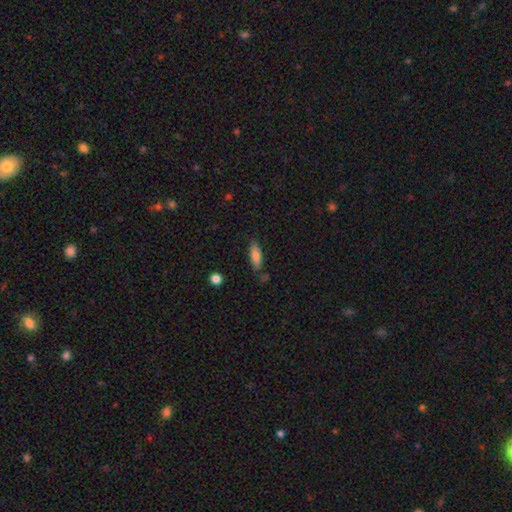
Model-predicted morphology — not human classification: Smooth or featured: smooth — 81% (featured or disk — 12%)
How rounded: in between — 58% (cigar-shaped — 40%)
Merging: none — 78% (minor disturbance — 14%)